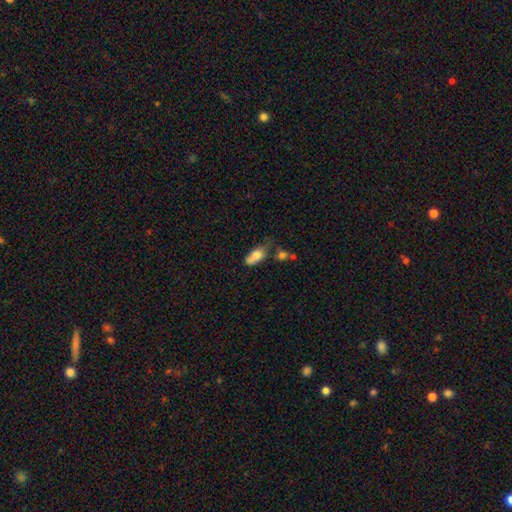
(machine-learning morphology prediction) Overall: smooth (74%). How rounded: in between (83%). Merging: merger (29%, tied with none).